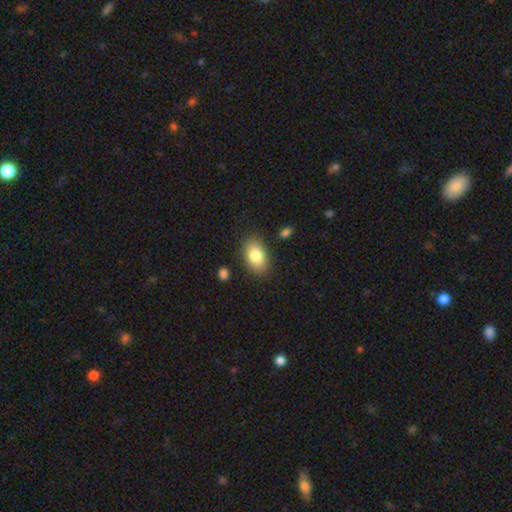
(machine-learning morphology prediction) smooth 83%, featured or disk 10%, star or artifact 7%. Down the decision tree: how rounded — in between (90%); merging — none (84%).